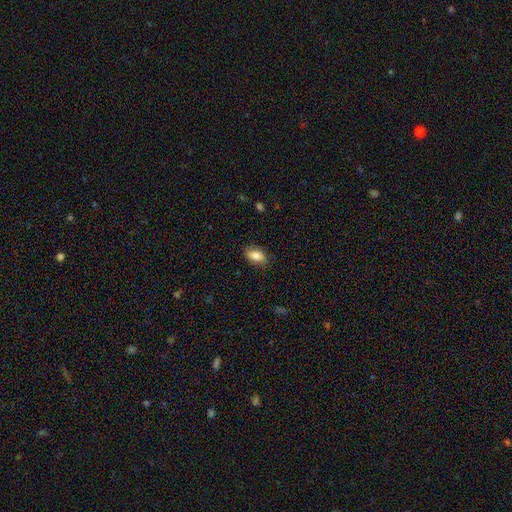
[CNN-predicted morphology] type=smooth (80%); roundness=in between (89%); merging=none (83%).